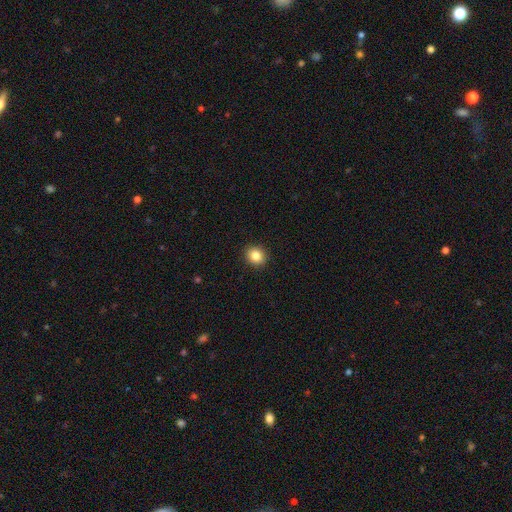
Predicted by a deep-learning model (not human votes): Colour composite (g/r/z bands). It shows a smooth galaxy with no disk features (85%) that is round (80%). Merging: none (92%).